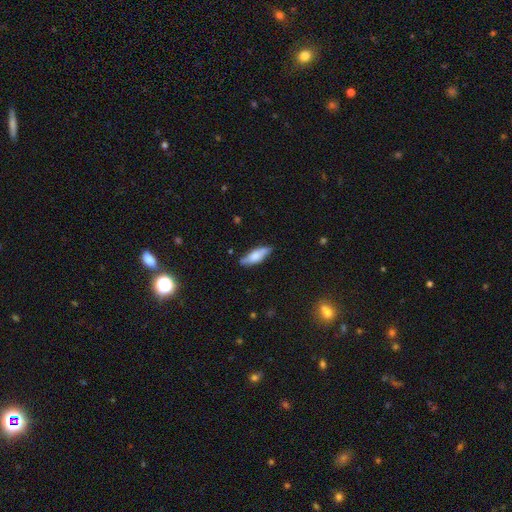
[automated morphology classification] This appears to be a smooth galaxy with no disk features (67%) that is in between round and cigar-shaped (58%). Merging: none (79%).